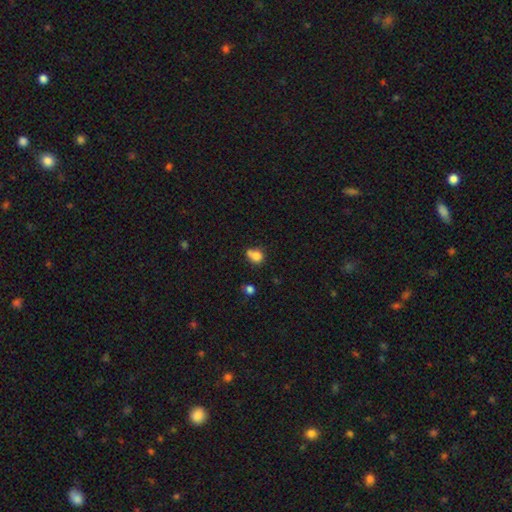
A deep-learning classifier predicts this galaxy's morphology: Smooth or featured?
  - smooth: 79% *
  - star or artifact: 12%
  - featured or disk: 9%
How rounded?
  - round: 58% *
  - in between: 41%
  - cigar-shaped: 1%
Merging?
  - none: 40% *
  - merger: 27%
  - minor disturbance: 23%
  - major disturbance: 9%